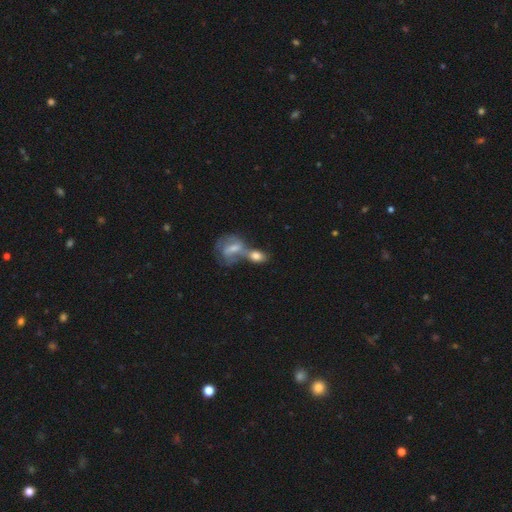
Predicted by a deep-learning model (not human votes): This appears to be a smooth galaxy with no disk features (64%) that is in between round and cigar-shaped (74%). Merging: merger (62%).